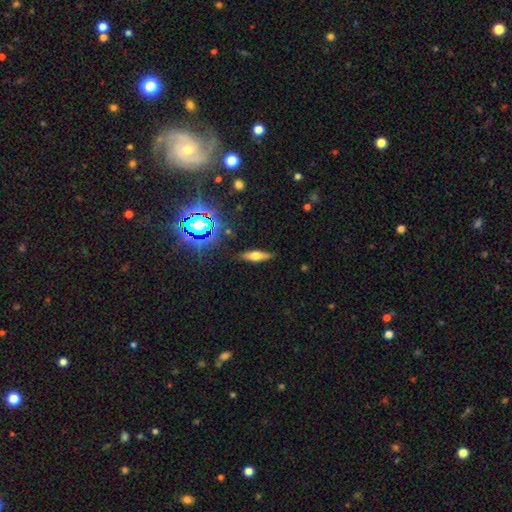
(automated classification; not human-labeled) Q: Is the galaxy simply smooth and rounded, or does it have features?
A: smooth — 49%.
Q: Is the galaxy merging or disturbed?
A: none — 85%.